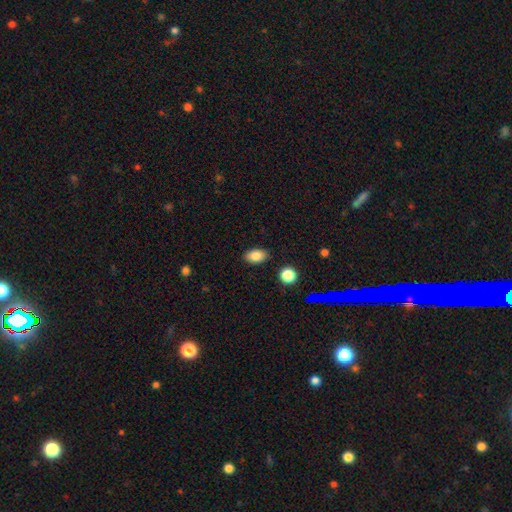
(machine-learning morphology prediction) Smooth or featured: smooth — 84% (star or artifact — 9%)
How rounded: in between — 88% (round — 11%)
Merging: none — 87% (minor disturbance — 9%)